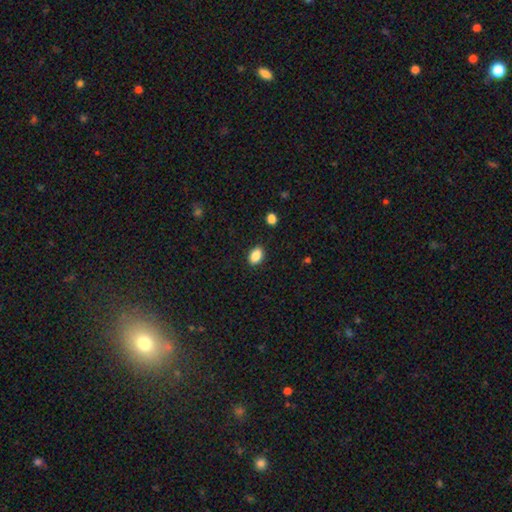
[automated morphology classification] type=smooth (87%); roundness=in between (86%); merging=none (88%).